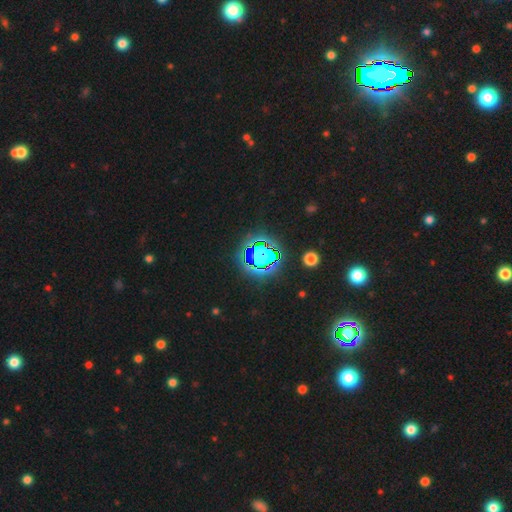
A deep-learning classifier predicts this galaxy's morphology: smooth-or-featured: star or artifact: 63% | smooth: 22% | featured or disk: 15%